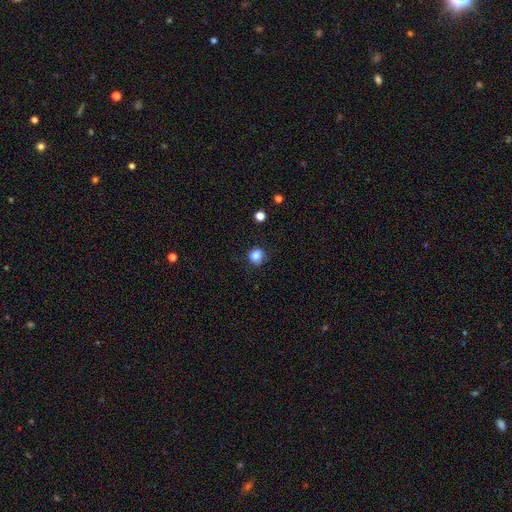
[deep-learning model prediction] Q: Smooth or featured?
A: smooth (84%); runner-up: star or artifact (11%)
Q: How rounded?
A: round (84%); runner-up: in between (15%)
Q: Merging?
A: none (85%); runner-up: minor disturbance (11%)